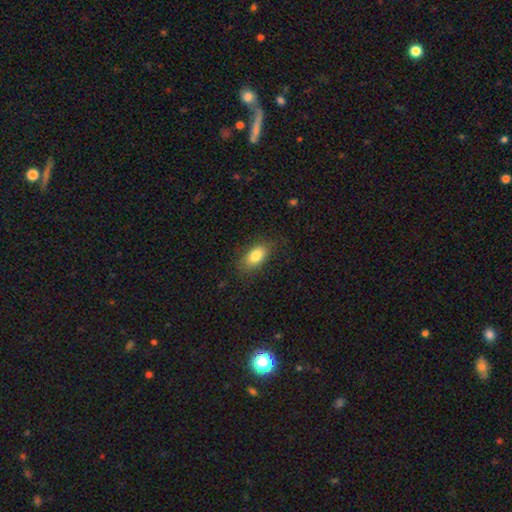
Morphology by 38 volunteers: smooth 92%, featured or disk 8%, star or artifact 0%. Down the decision tree: how rounded — in between (91%); merging — none (61%).